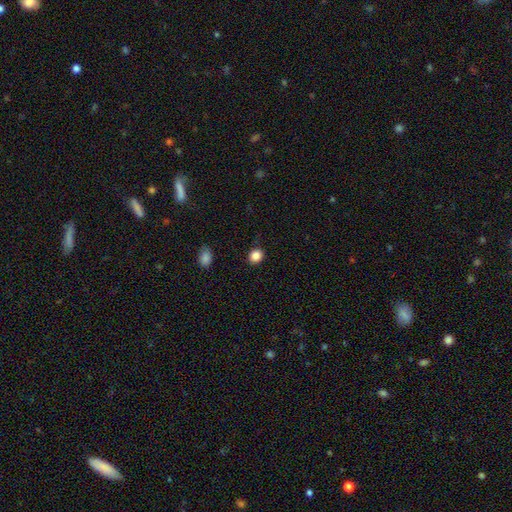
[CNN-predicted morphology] Smooth or featured? smooth (86%)
How rounded? round (72%)
Merging? none (87%)